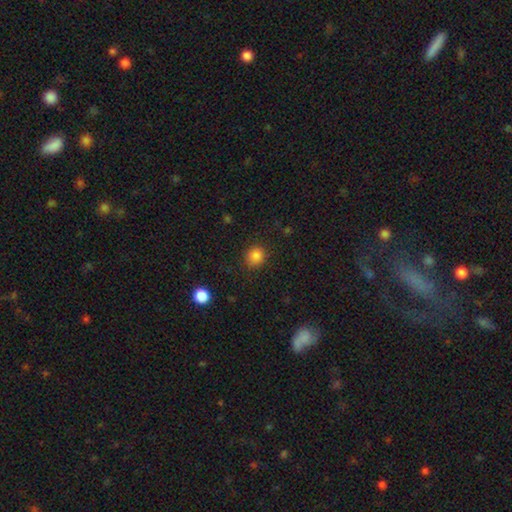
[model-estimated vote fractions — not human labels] The model was most divided on "how rounded": round: 85%, in between: 14%, cigar-shaped: 1%. More confident: merging — none (88%); smooth or featured — smooth (85%).